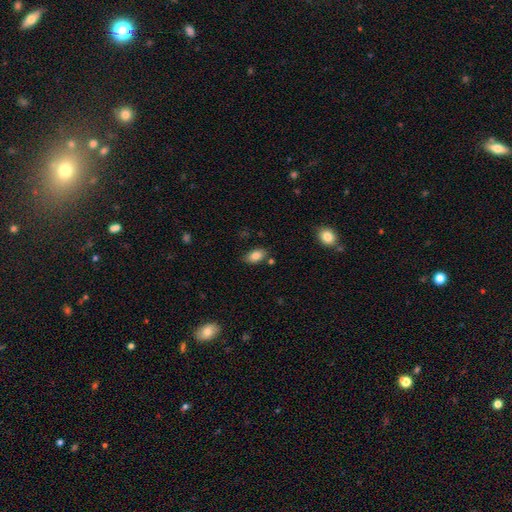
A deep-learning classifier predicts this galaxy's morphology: This appears to be a smooth galaxy with no disk features (84%) that is in between round and cigar-shaped (91%). Merging: none (77%).